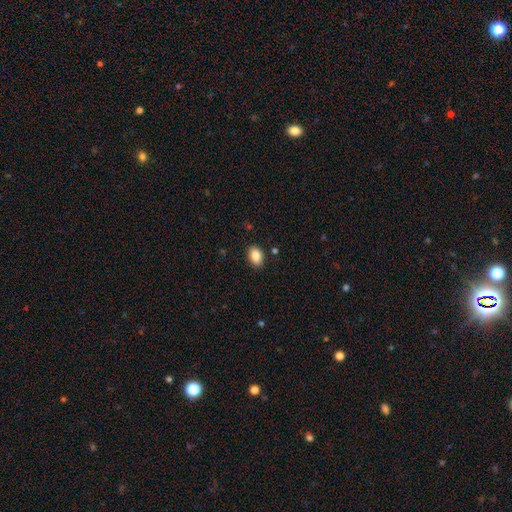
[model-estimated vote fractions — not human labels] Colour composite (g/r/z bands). It shows a smooth galaxy with no disk features (87%) that is in between round and cigar-shaped (80%). Merging: none (87%).